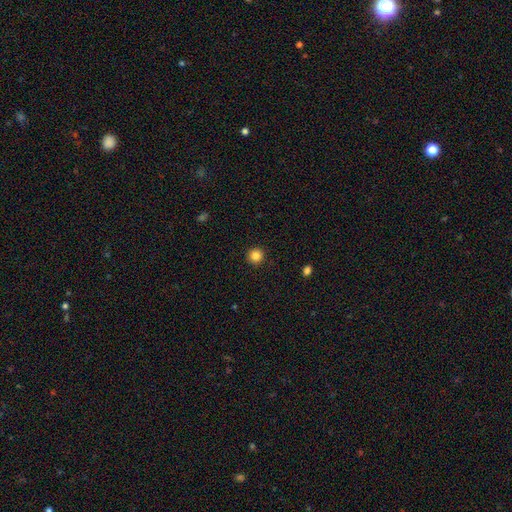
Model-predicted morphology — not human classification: Smooth or featured? smooth (84%)
How rounded? round (95%)
Merging? none (92%)